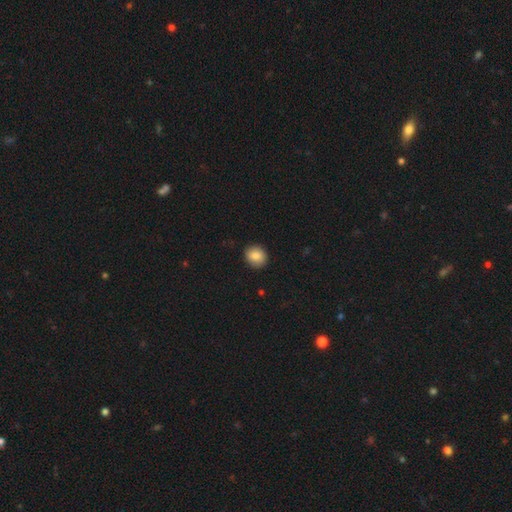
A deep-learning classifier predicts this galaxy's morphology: type=smooth (85%); roundness=round (78%); merging=none (89%).